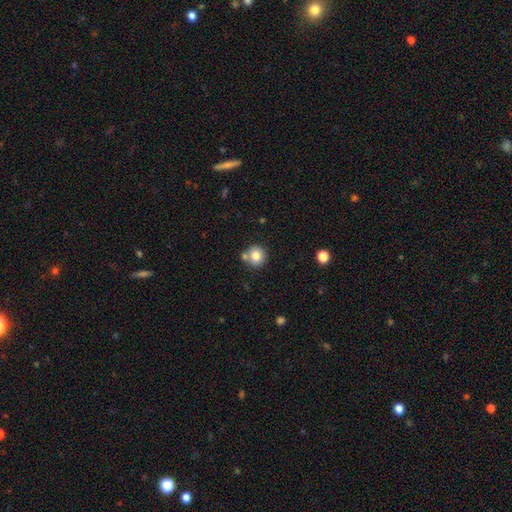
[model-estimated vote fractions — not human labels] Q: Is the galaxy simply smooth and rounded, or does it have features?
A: smooth — 81%.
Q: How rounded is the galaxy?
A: round — 92%.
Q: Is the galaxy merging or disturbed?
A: none — 71%.